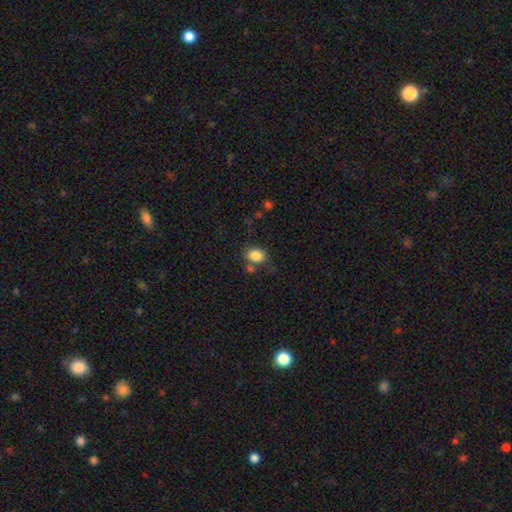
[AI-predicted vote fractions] The model was most divided on "how rounded": in between: 62%, round: 37%, cigar-shaped: 1%. More confident: smooth or featured — smooth (85%); merging — none (67%).